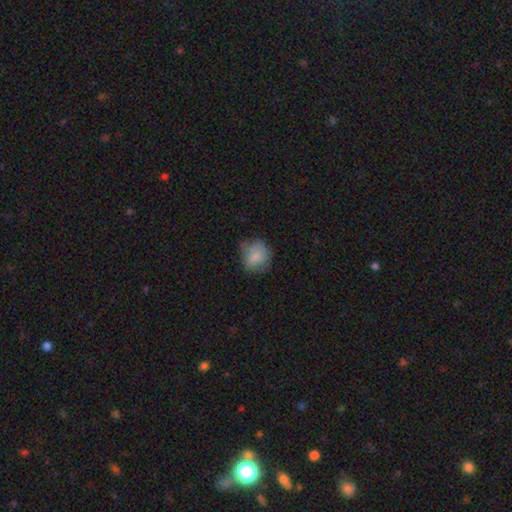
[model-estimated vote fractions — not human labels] smooth 81%, featured or disk 11%, star or artifact 8%. Down the decision tree: how rounded — round (74%); merging — none (54%).